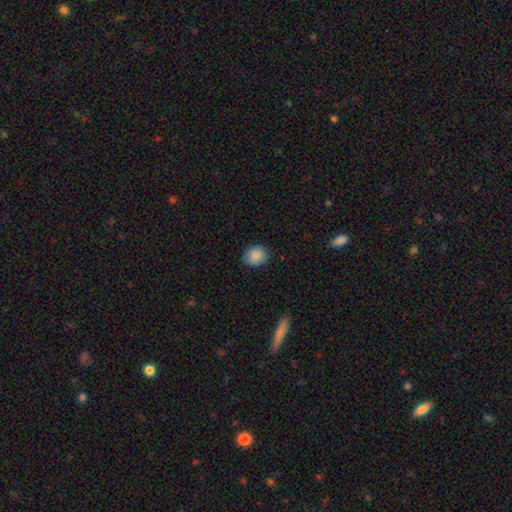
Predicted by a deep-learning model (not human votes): The model was most divided on "how rounded": round: 62%, in between: 37%, cigar-shaped: 1%. More confident: smooth or featured — smooth (89%); merging — none (84%).